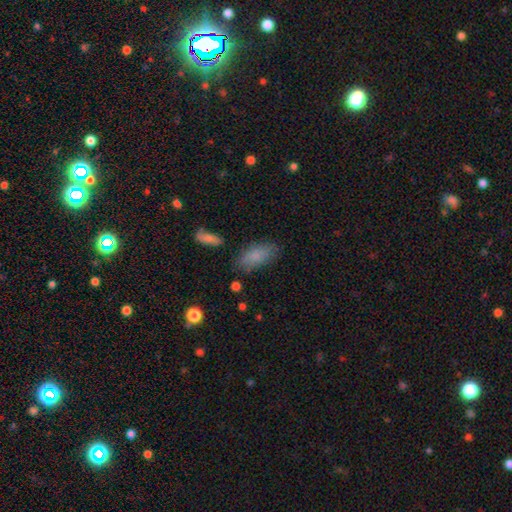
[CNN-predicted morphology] smooth 83%, featured or disk 9%, star or artifact 8%. Down the decision tree: how rounded — in between (88%); merging — none (76%).